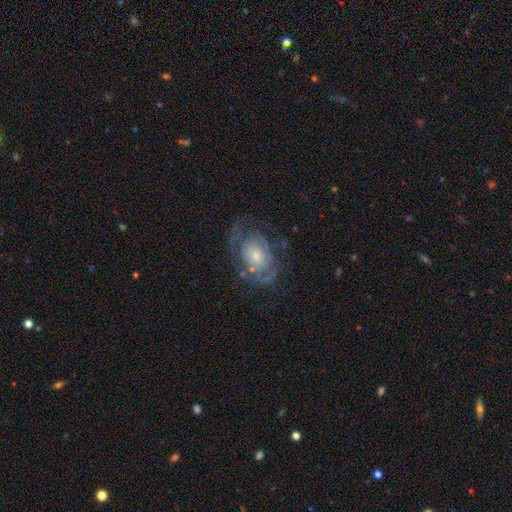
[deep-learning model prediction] smooth-or-featured: featured or disk: 70% | smooth: 22% | star or artifact: 8%
  disk-edge-on: no: 96% | yes: 4%
    bar: no: 78% | weak: 19% | strong: 4%
    has-spiral-arms: yes: 68% | no: 32%
    bulge-size: moderate: 45% | small: 42% | large: 8% | none: 3% | dominant: 2%
  merging: none: 59% | minor disturbance: 21% | major disturbance: 18% | merger: 2%